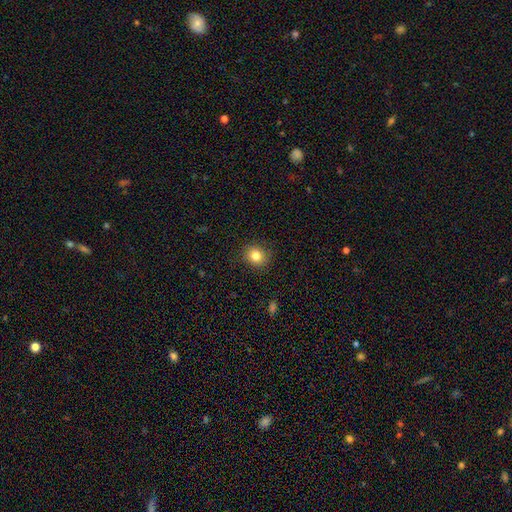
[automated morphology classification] This appears to be a smooth galaxy with no disk features (82%) that is round (79%). Merging: none (88%).